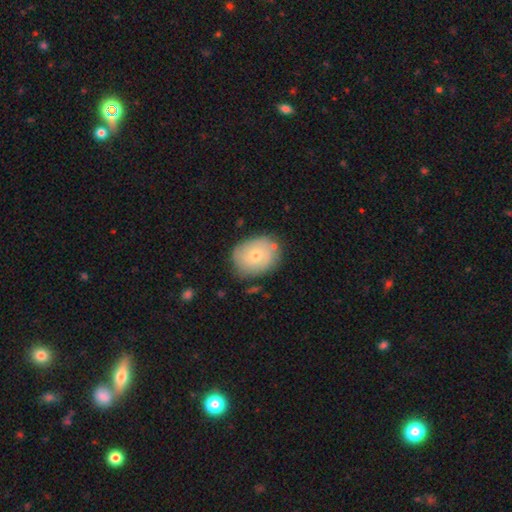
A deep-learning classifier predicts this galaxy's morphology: Smooth or featured?
  - smooth: 59% *
  - featured or disk: 34%
  - star or artifact: 8%
How rounded?
  - in between: 59% *
  - round: 40%
  - cigar-shaped: 1%
Merging?
  - none: 74% *
  - minor disturbance: 19%
  - major disturbance: 4%
  - merger: 3%